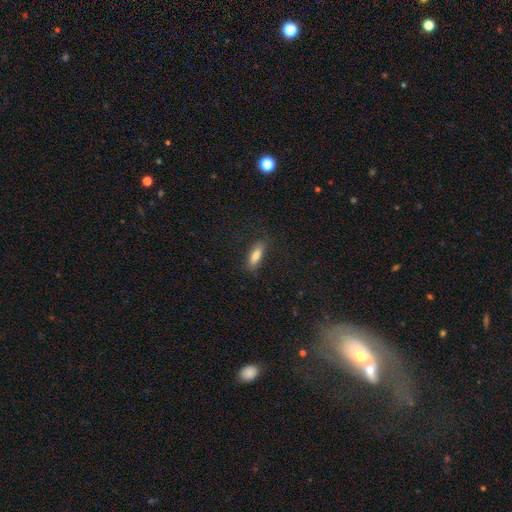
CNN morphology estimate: type=smooth (79%); roundness=in between (56%); merging=none (81%).